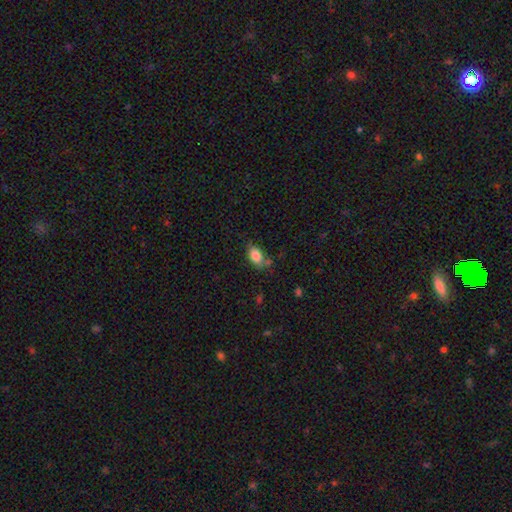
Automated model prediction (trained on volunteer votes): Smooth or featured? smooth (83%)
How rounded? in between (87%)
Merging? none (58%)